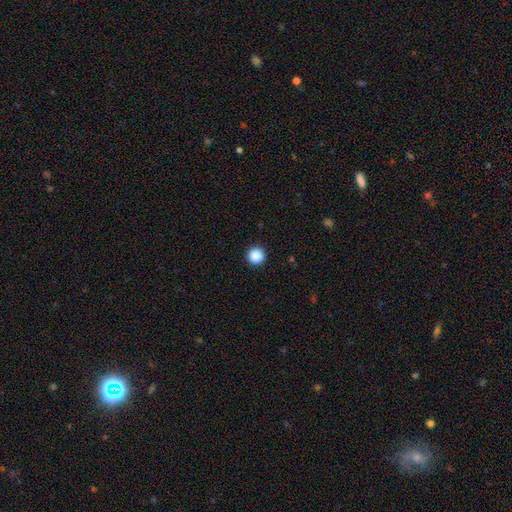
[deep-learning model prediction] Smooth or featured? Predicted: smooth (p=0.88). How rounded? Predicted: round (p=0.97). Merging? Predicted: none (p=0.93).